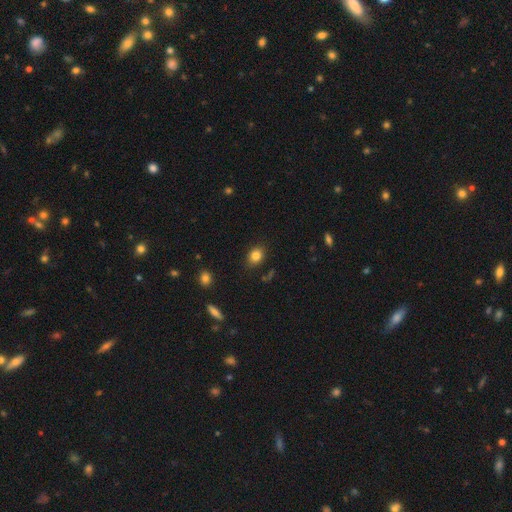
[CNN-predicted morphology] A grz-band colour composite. It shows a smooth galaxy with no disk features (83%) that is in between round and cigar-shaped (51%). Merging: none (84%).